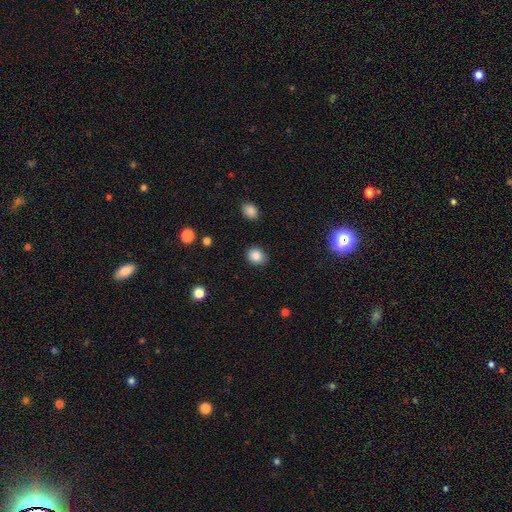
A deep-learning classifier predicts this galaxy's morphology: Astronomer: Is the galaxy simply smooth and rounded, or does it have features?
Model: smooth — 86%.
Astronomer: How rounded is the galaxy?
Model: round — 59% (runner-up: in between, 40%).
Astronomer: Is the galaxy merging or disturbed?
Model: none — 84%.